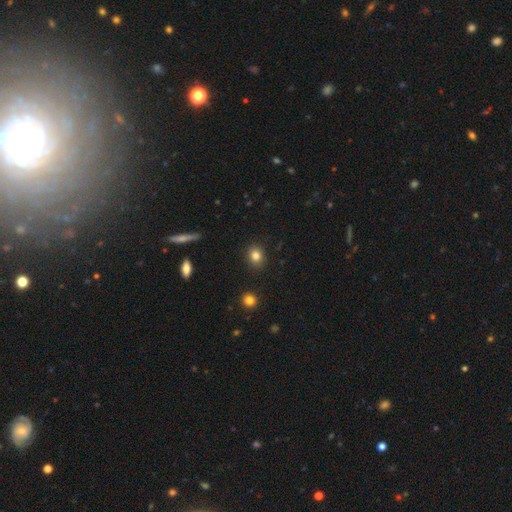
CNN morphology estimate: This appears to be a smooth galaxy with no disk features (82%) that is round (71%). Merging: none (89%).